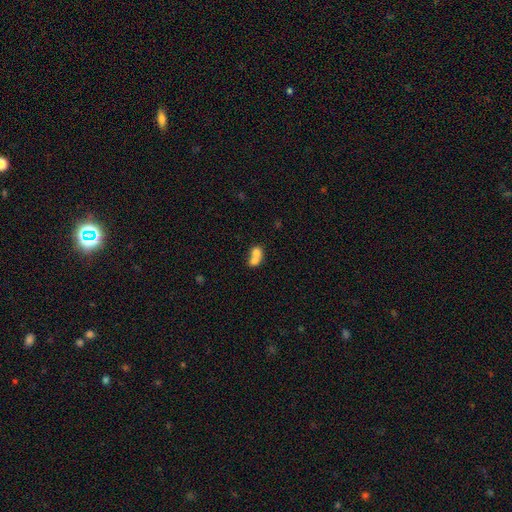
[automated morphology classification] Smooth or featured?
  - smooth: 71% *
  - featured or disk: 20%
  - star or artifact: 9%
How rounded?
  - round: 53% *
  - in between: 46%
  - cigar-shaped: 1%
Merging?
  - merger: 76% *
  - none: 17%
  - minor disturbance: 4%
  - major disturbance: 3%